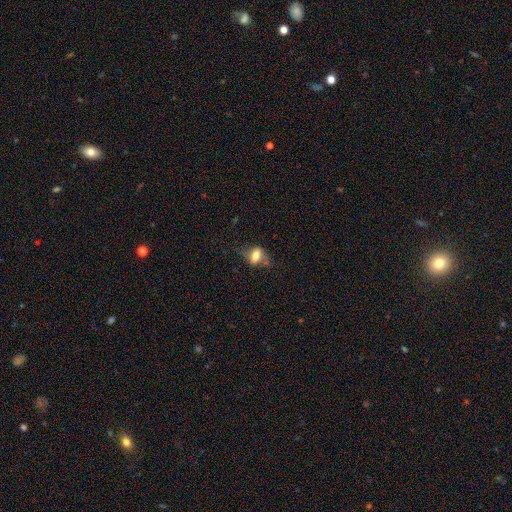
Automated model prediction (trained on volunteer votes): The model was most divided on "merging": none: 56%, minor disturbance: 27%, major disturbance: 14%, merger: 3%. More confident: how rounded — in between (75%); smooth or featured — smooth (62%).